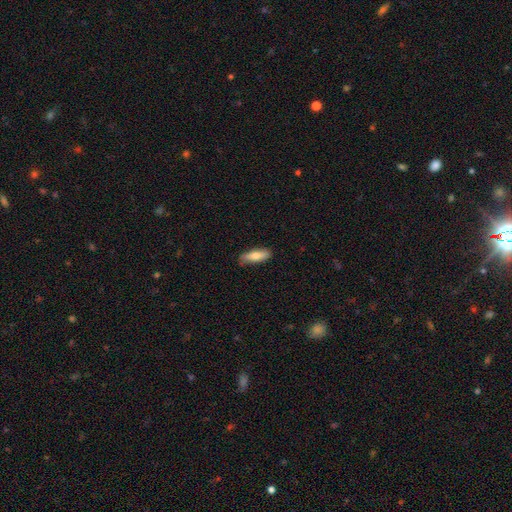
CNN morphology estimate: Overall: smooth (74%). How rounded: in between (52%; cigar-shaped 45%). Merging: none (82%).